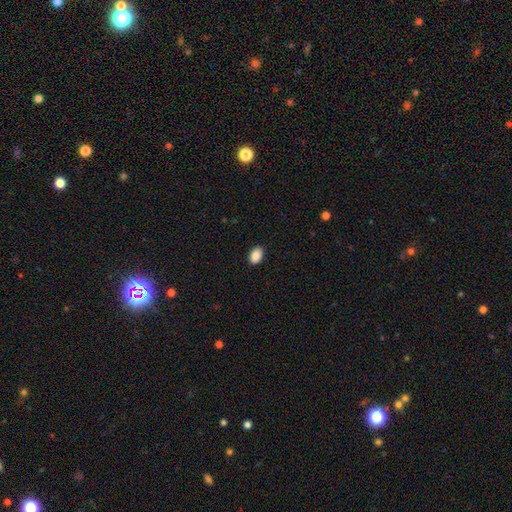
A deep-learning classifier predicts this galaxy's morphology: Smooth or featured? smooth (90%)
How rounded? in between (88%)
Merging? none (89%)